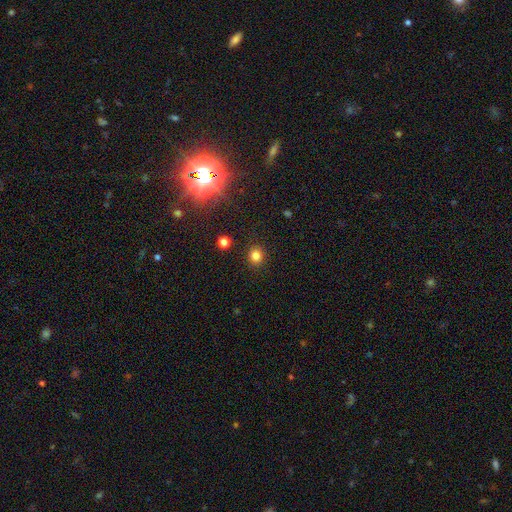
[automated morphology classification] Smooth or featured? smooth (82%)
How rounded? round (82%)
Merging? none (90%)